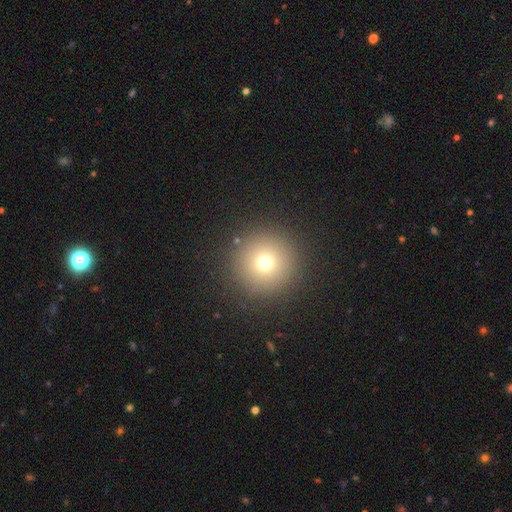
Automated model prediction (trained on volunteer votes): A smooth galaxy with no disk features (70%) that is round (96%). Merging: none (92%).